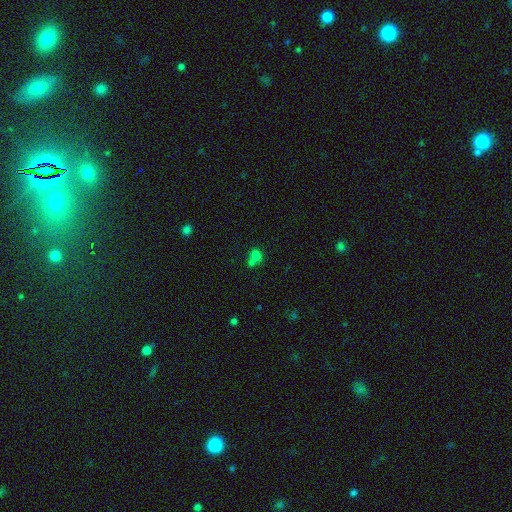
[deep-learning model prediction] smooth-or-featured: smooth: 71% | star or artifact: 17% | featured or disk: 12%
  how-rounded: round: 65% | in between: 34% | cigar-shaped: 1%
  merging: merger: 54% | none: 35% | minor disturbance: 8% | major disturbance: 4%